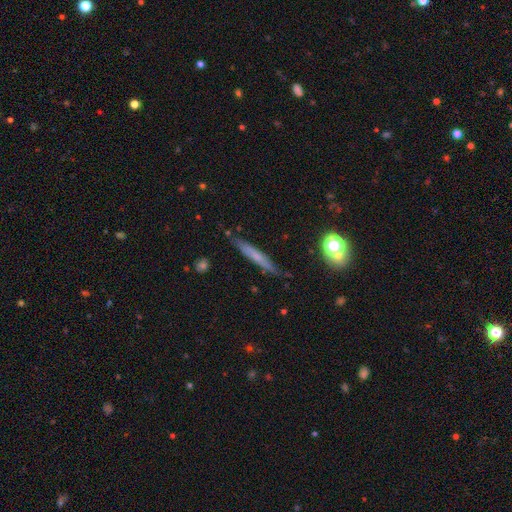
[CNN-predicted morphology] A smooth galaxy with no disk features (53%) that is cigar-shaped (93%).

Vote fractions:
- Smooth or featured? smooth: 53% / featured or disk: 38% / star or artifact: 9%
- How rounded? cigar-shaped: 93% / in between: 5% / round: 3%
- Merging? none: 83% / minor disturbance: 12% / major disturbance: 2% / merger: 2%